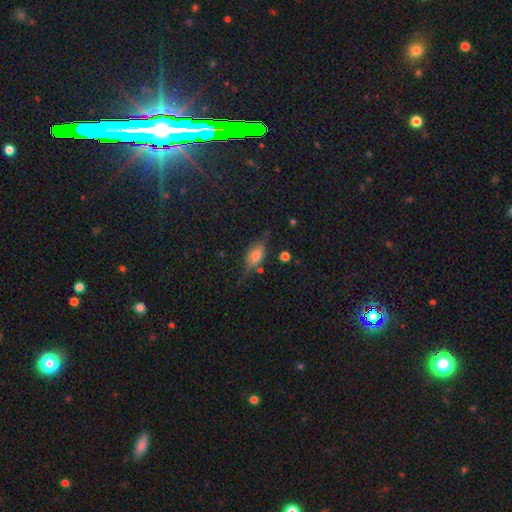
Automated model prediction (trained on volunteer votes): smooth-or-featured: smooth: 53% | featured or disk: 35% | star or artifact: 12%
  how-rounded: in between: 75% | cigar-shaped: 18% | round: 7%
  merging: none: 67% | minor disturbance: 23% | major disturbance: 7% | merger: 3%